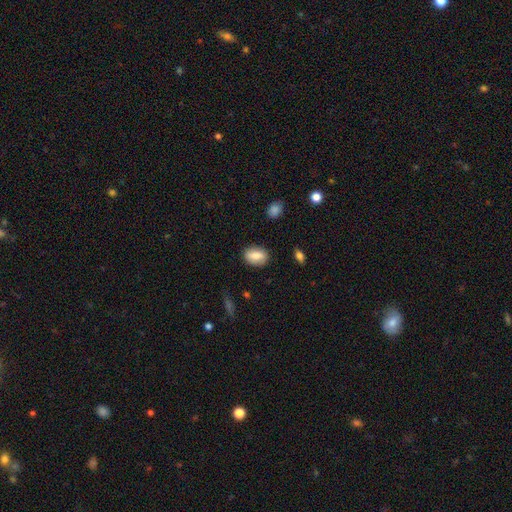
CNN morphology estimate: smooth-or-featured: smooth: 77% | featured or disk: 16% | star or artifact: 7%
  how-rounded: in between: 81% | round: 17% | cigar-shaped: 2%
  merging: none: 85% | minor disturbance: 11% | major disturbance: 3% | merger: 1%